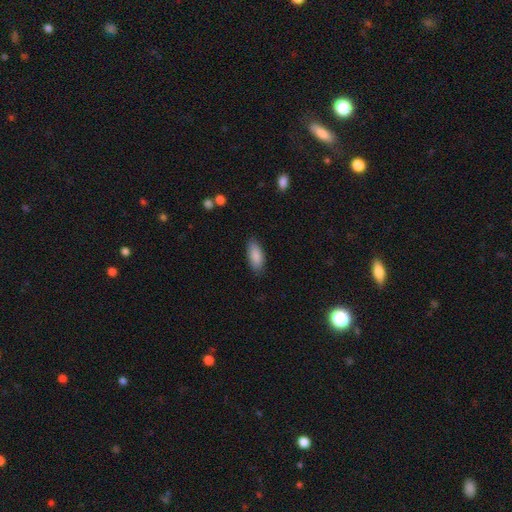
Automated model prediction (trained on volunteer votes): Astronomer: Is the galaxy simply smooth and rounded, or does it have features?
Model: smooth — 88%.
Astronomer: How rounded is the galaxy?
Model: in between — 84%.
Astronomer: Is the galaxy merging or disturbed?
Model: none — 85%.